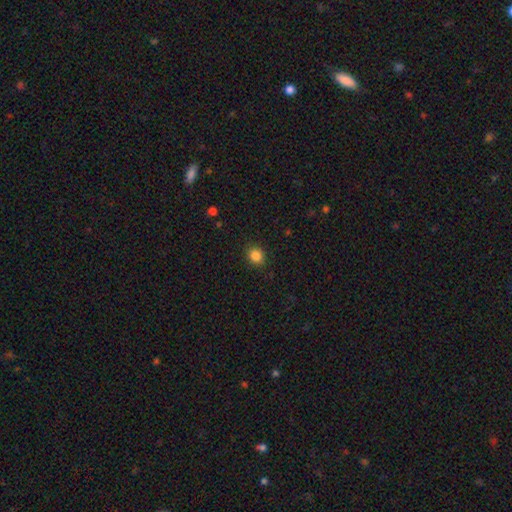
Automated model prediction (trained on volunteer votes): Smooth or featured?
  - smooth: 85% *
  - star or artifact: 11%
  - featured or disk: 4%
How rounded?
  - round: 73% *
  - in between: 26%
  - cigar-shaped: 1%
Merging?
  - none: 90% *
  - minor disturbance: 7%
  - major disturbance: 2%
  - merger: 1%